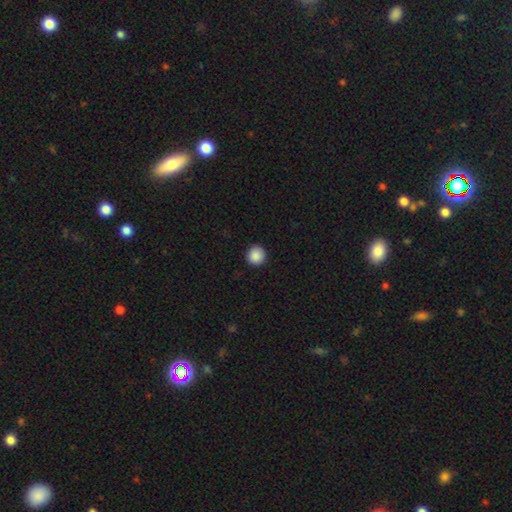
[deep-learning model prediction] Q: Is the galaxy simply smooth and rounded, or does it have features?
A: smooth — 89%.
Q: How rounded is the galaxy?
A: round — 95%.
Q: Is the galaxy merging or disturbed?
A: none — 92%.